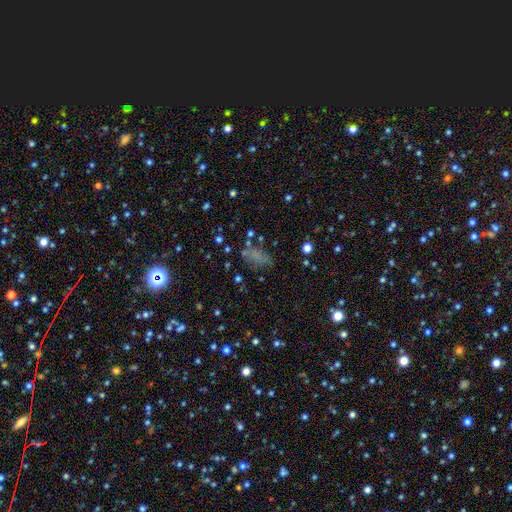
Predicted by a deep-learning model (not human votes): The model was most divided on "smooth or featured": smooth: 61%, star or artifact: 25%, featured or disk: 14%. More confident: how rounded — in between (80%); merging — none (62%).